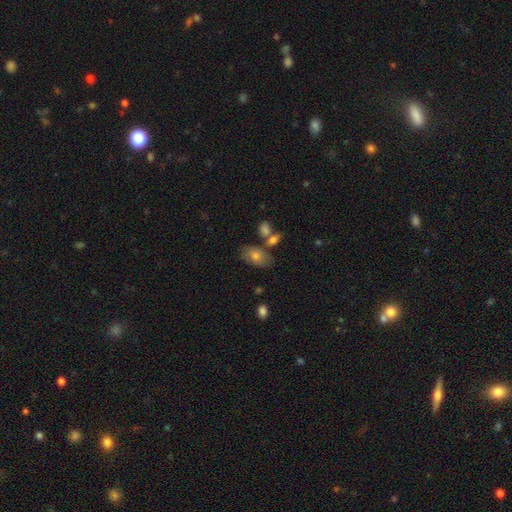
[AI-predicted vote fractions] Smooth or featured?
  - smooth: 71% *
  - featured or disk: 21%
  - star or artifact: 8%
How rounded?
  - in between: 90% *
  - round: 8%
  - cigar-shaped: 2%
Merging?
  - none: 63% *
  - minor disturbance: 17%
  - merger: 14%
  - major disturbance: 5%